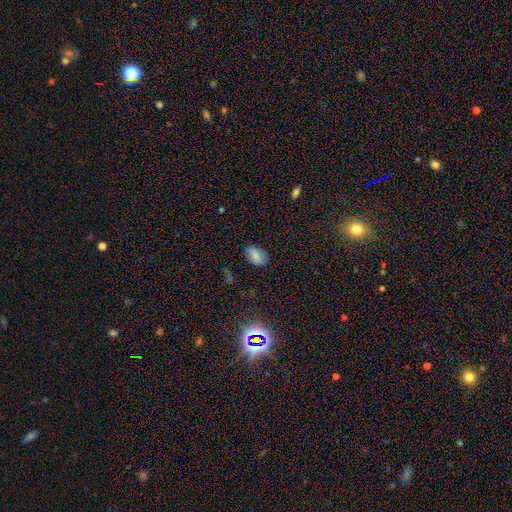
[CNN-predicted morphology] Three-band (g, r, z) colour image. It shows a smooth galaxy with no disk features (71%) that is in between round and cigar-shaped (87%). Merging: none (76%).